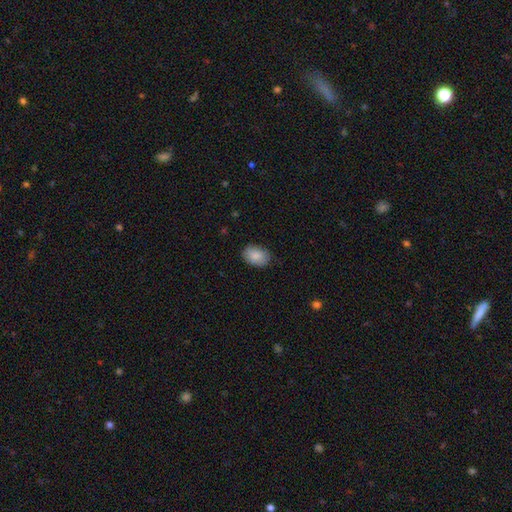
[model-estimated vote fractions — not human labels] Smooth or featured? smooth (87%)
How rounded? in between (82%)
Merging? none (83%)